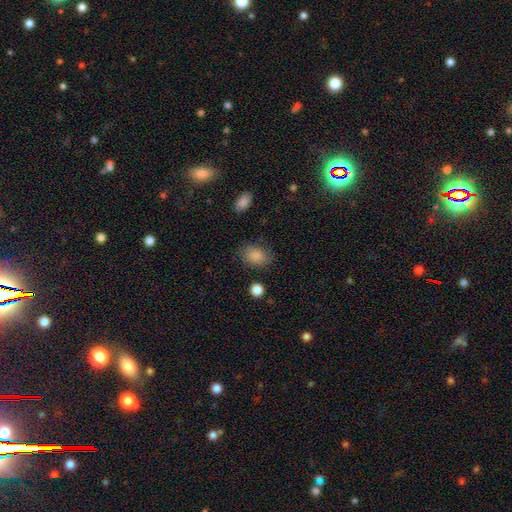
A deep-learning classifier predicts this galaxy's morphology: smooth-or-featured: smooth: 87% | star or artifact: 8% | featured or disk: 5%
  how-rounded: in between: 73% | round: 26% | cigar-shaped: 1%
  merging: none: 79% | minor disturbance: 14% | major disturbance: 4% | merger: 2%